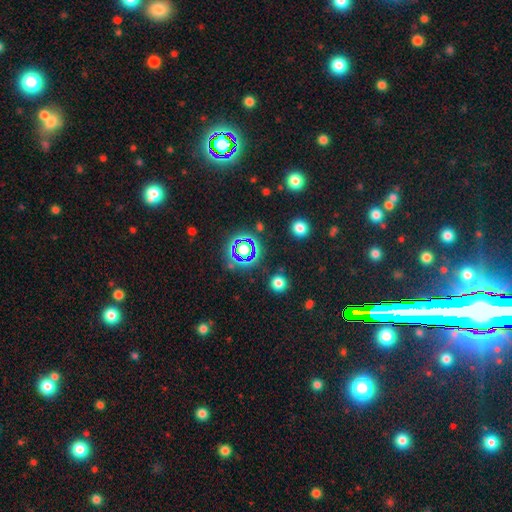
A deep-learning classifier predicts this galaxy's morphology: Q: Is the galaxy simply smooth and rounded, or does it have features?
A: star or artifact — 75%.